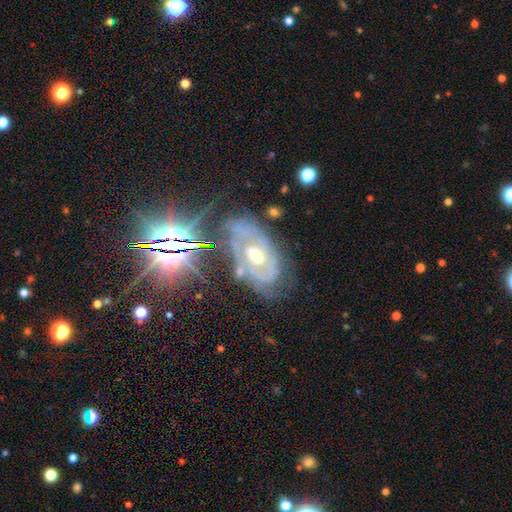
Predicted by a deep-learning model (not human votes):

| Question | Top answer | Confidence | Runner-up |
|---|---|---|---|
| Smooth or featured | featured or disk | 76% | star or artifact (14%) |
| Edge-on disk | no | 93% | yes (7%) |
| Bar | no | 57% | weak (30%) |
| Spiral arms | yes | 76% | no (24%) |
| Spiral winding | tight | 63% | medium (28%) |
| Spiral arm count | can't tell | 45% | 2 (35%) |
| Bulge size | moderate | 72% | small (21%) |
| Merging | none | 63% | minor disturbance (22%) |